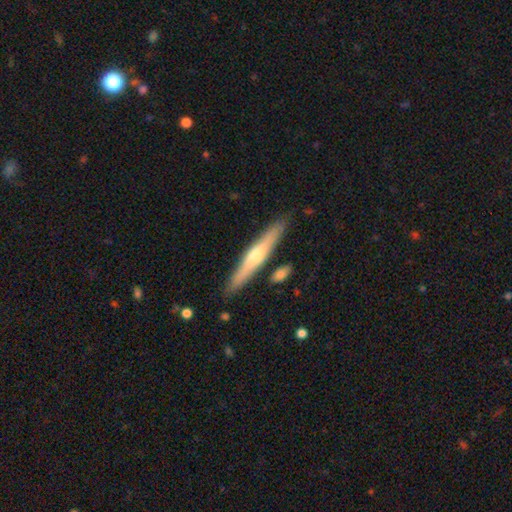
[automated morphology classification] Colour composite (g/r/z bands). It shows a featured or disk galaxy (59%) viewed edge-on (95%) with a rounded central bulge (80%). Merging: none (87%).